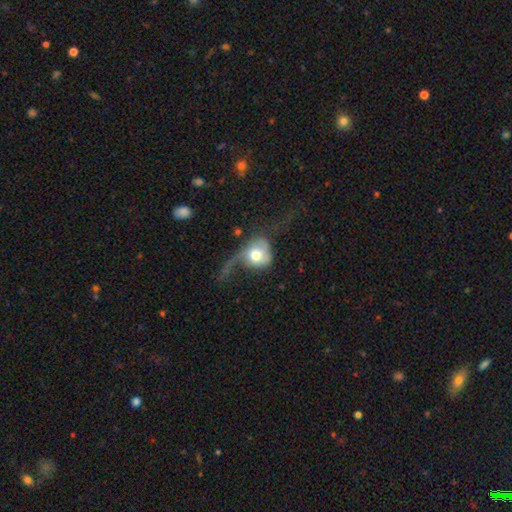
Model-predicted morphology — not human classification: Q: Smooth or featured?
A: smooth (54%); runner-up: featured or disk (39%)
Q: How rounded?
A: round (72%); runner-up: in between (26%)
Q: Merging?
A: major disturbance (59%); runner-up: none (19%)